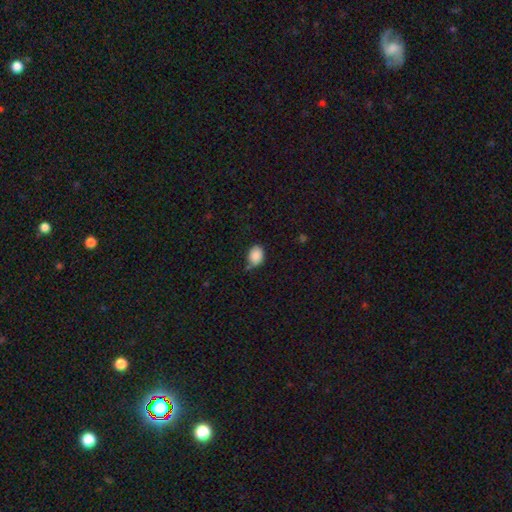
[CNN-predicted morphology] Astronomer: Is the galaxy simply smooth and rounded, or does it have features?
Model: smooth — 88%.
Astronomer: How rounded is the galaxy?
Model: in between — 64%.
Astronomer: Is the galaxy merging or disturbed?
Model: none — 57% (runner-up: minor disturbance, 33%).